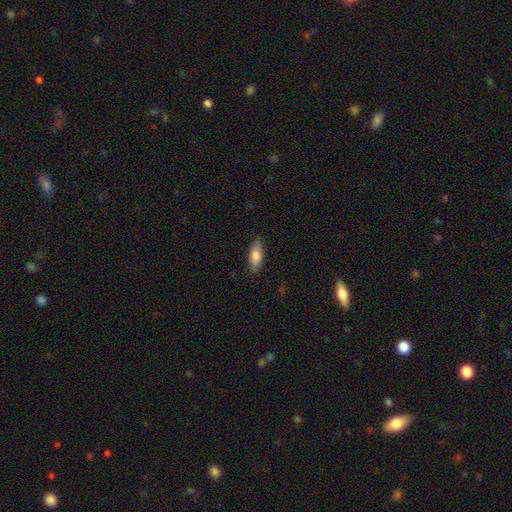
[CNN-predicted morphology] Smooth or featured? smooth (80%)
How rounded? in between (73%)
Merging? none (86%)